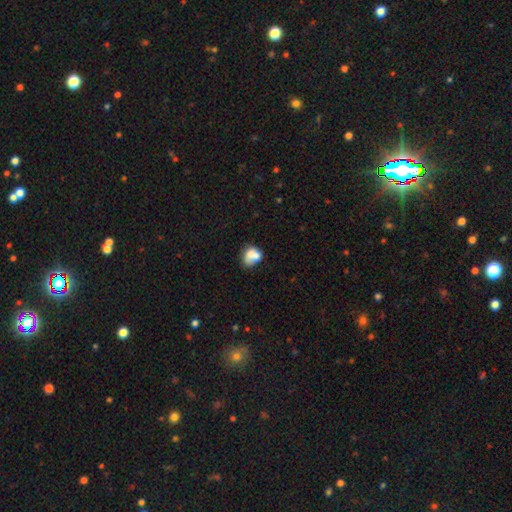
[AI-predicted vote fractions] A smooth galaxy with no disk features (69%) that is in between round and cigar-shaped (58%).

Vote fractions:
- Smooth or featured? smooth: 69% / featured or disk: 21% / star or artifact: 10%
- How rounded? in between: 58% / round: 41% / cigar-shaped: 1%
- Merging? merger: 41% / none: 27% / minor disturbance: 20% / major disturbance: 13%